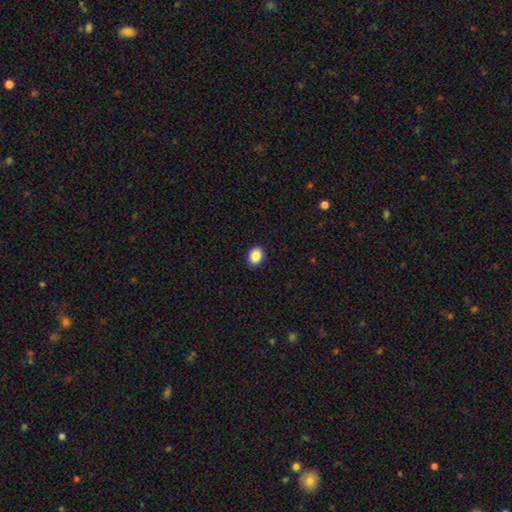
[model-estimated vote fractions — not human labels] A smooth galaxy with no disk features (88%) that is in between round and cigar-shaped (53%). Merging: none (91%).